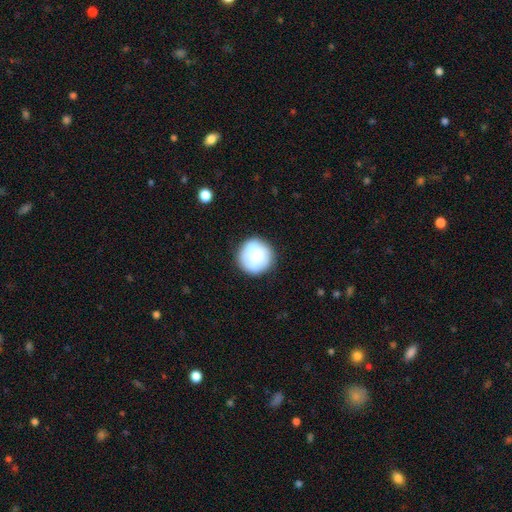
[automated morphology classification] Smooth or featured? Predicted: smooth (p=0.75). How rounded? Predicted: round (p=0.95). Merging? Predicted: none (p=0.85).